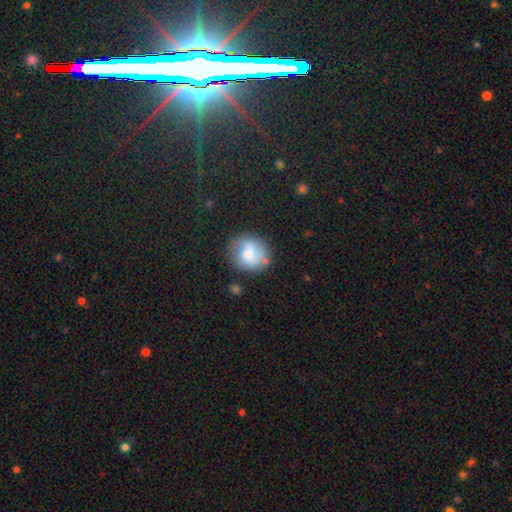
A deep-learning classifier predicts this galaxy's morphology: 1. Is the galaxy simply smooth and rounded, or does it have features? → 62% smooth, 30% featured or disk, 8% star or artifact.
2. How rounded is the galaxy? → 80% round, 19% in between, 1% cigar-shaped.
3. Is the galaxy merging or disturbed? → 60% none, 21% minor disturbance, 10% merger, 9% major disturbance.